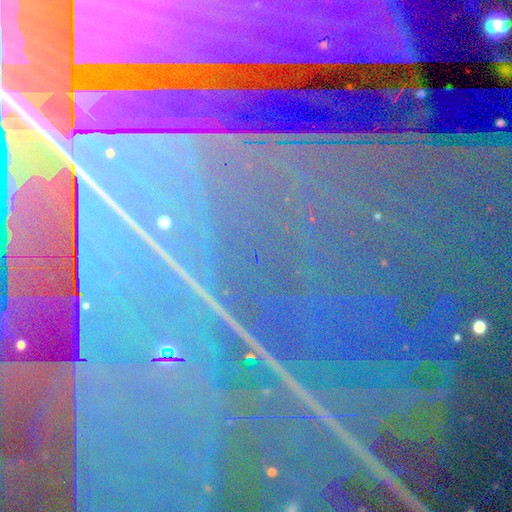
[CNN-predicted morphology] Smooth or featured: star or artifact — 90% (featured or disk — 6%)